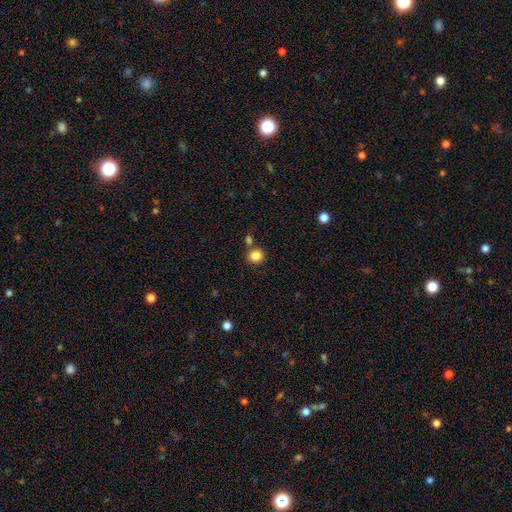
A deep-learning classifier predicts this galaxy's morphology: A smooth galaxy with no disk features (85%) that is round (85%). Merging: none (75%).